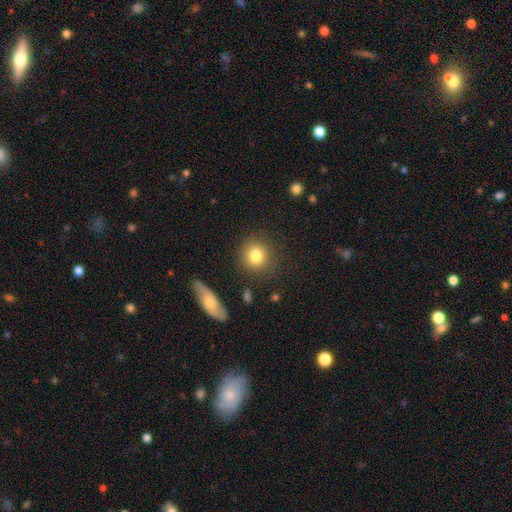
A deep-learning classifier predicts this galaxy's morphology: Smooth or featured: smooth — 82% (star or artifact — 9%)
How rounded: round — 86% (in between — 13%)
Merging: none — 84% (minor disturbance — 10%)